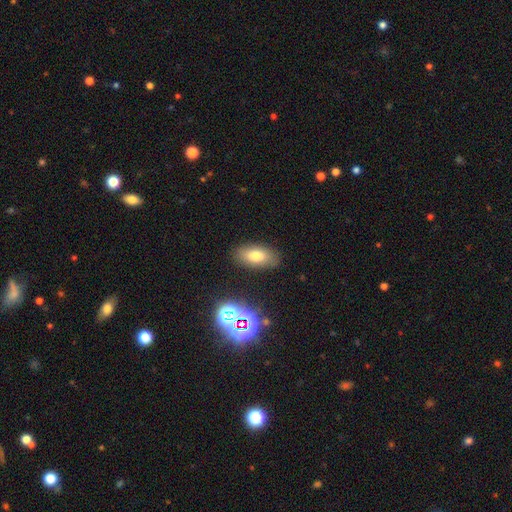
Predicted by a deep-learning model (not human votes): smooth 75%, featured or disk 13%, star or artifact 12%. Down the decision tree: how rounded — in between (90%); merging — none (85%).